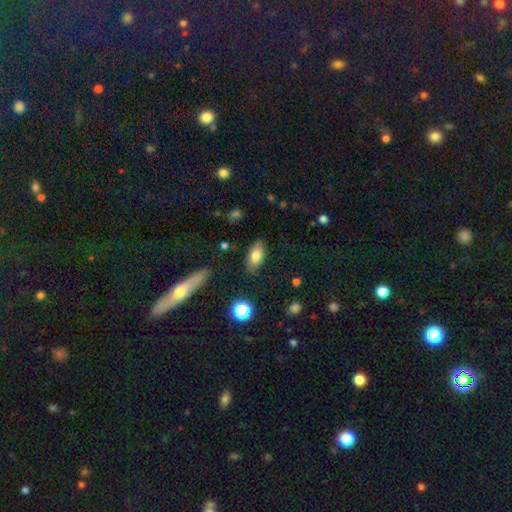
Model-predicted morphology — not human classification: A smooth galaxy with no disk features (80%) that is in between round and cigar-shaped (88%).

Vote fractions:
- Smooth or featured? smooth: 80% / featured or disk: 12% / star or artifact: 8%
- How rounded? in between: 88% / cigar-shaped: 7% / round: 4%
- Merging? none: 83% / minor disturbance: 12% / major disturbance: 3% / merger: 2%